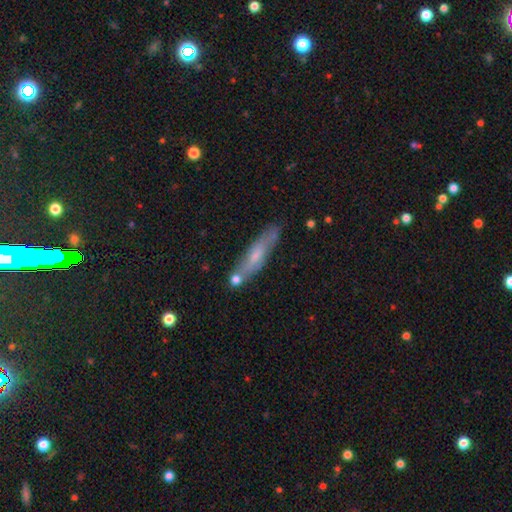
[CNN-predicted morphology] type=smooth (48%); merging=none (72%).